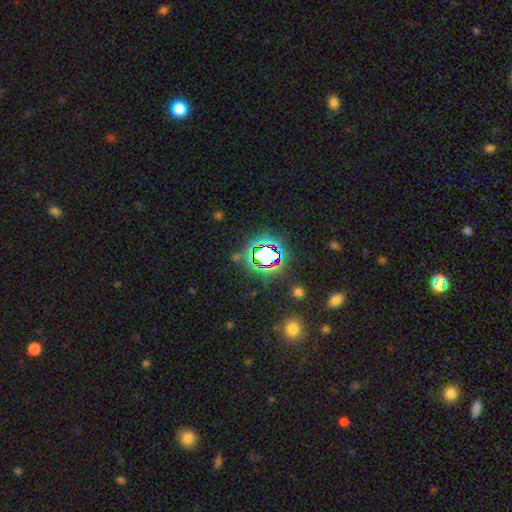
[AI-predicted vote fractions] Smooth or featured?
  - star or artifact: 77% *
  - smooth: 14%
  - featured or disk: 10%